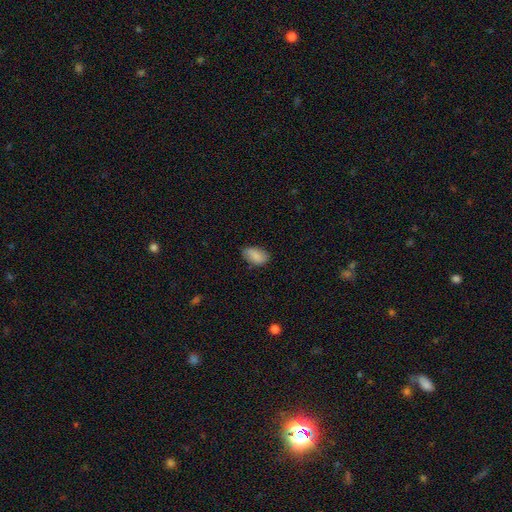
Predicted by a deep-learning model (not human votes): A smooth galaxy with no disk features (84%) that is in between round and cigar-shaped (93%). Merging: none (74%).